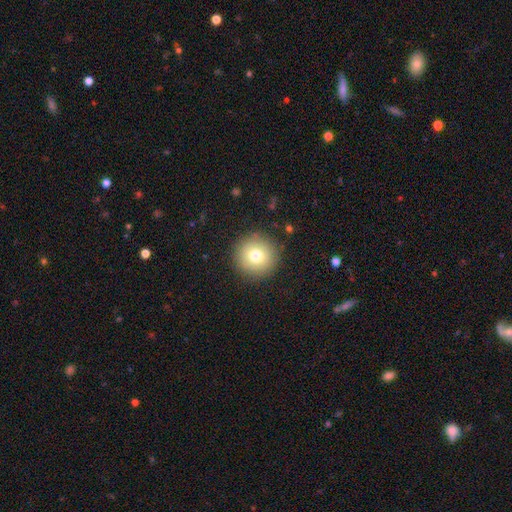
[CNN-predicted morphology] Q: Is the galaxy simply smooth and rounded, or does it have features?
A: smooth — 76%.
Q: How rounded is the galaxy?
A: round — 96%.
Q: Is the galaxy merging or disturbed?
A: none — 91%.